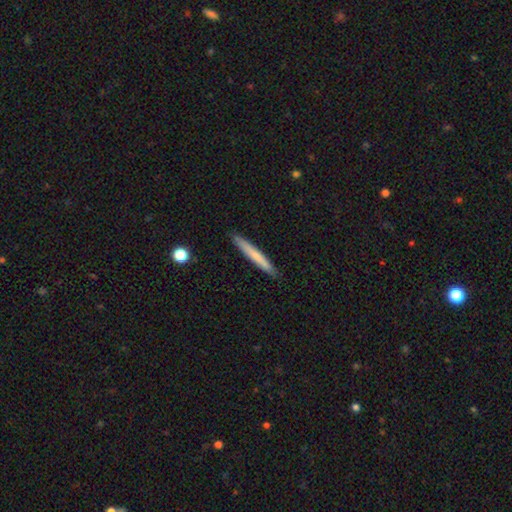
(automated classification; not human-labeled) A smooth galaxy with no disk features (70%) that is cigar-shaped (96%). Merging: none (90%).